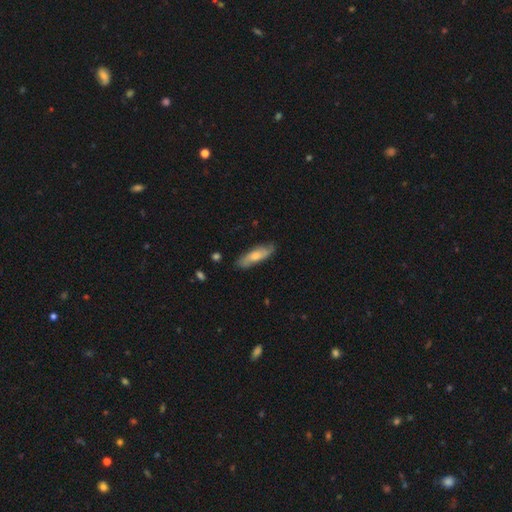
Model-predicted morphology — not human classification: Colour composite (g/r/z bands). It shows a smooth galaxy with no disk features (60%) that is cigar-shaped (55%). Merging: none (81%).